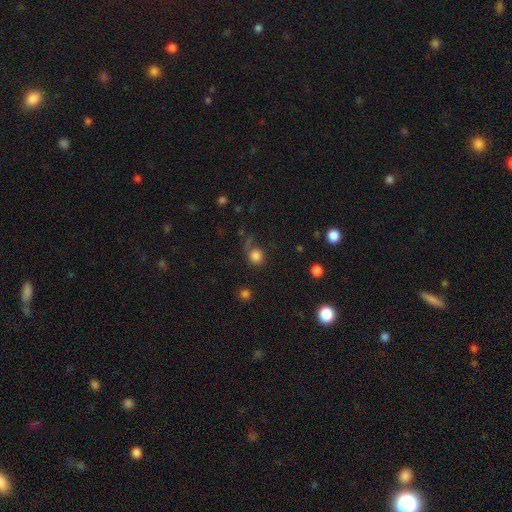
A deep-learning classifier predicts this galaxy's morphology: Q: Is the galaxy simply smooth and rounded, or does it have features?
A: smooth — 82%.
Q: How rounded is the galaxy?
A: round — 88%.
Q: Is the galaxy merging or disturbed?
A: none — 66%.